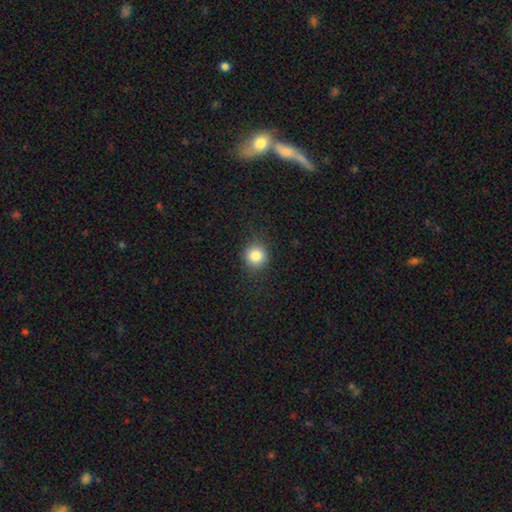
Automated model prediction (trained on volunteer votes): This appears to be a smooth galaxy with no disk features (84%) that is round (89%). Merging: none (86%).